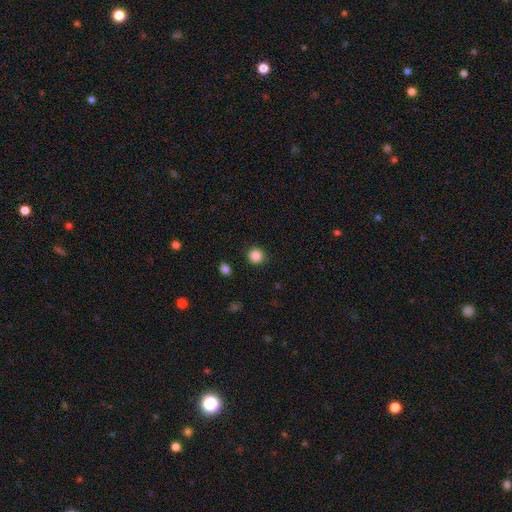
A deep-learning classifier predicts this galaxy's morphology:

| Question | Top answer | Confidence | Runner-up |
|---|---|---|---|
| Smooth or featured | smooth | 86% | star or artifact (11%) |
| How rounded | round | 94% | in between (5%) |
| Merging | none | 92% | minor disturbance (5%) |